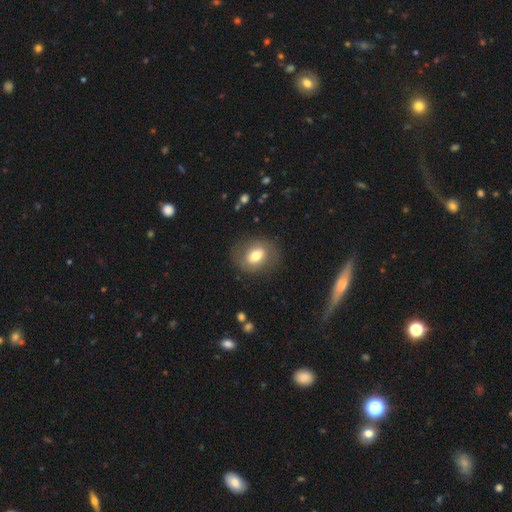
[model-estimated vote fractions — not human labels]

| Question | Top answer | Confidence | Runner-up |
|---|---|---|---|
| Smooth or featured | smooth | 65% | featured or disk (27%) |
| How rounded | in between | 54% | round (45%) |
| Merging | none | 80% | minor disturbance (13%) |